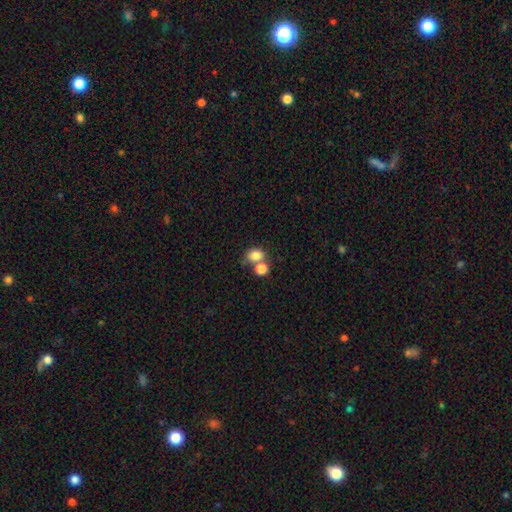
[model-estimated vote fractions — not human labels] smooth_or_featured: smooth (p=0.81) [alt: star or artifact p=0.11]
how_rounded: round (p=0.52) [alt: in between p=0.47]
merging: merger (p=0.44) [alt: none p=0.43]